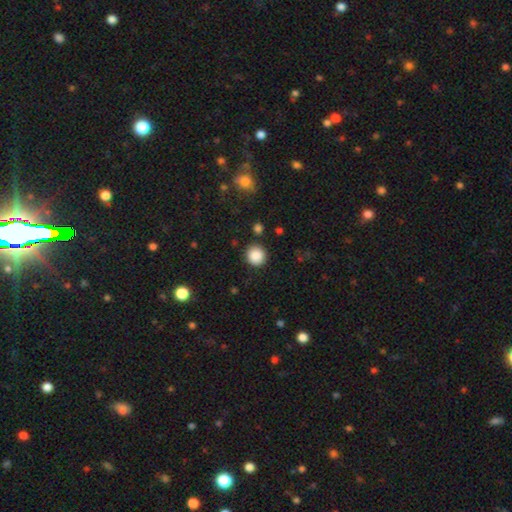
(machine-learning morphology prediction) A smooth galaxy with no disk features (88%) that is round (91%). Merging: none (89%).